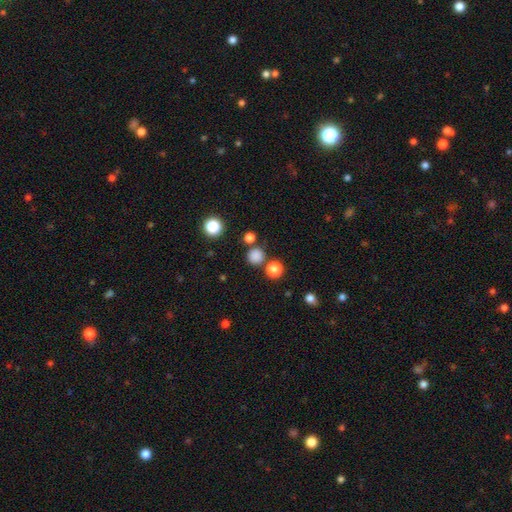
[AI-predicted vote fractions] smooth_or_featured: smooth (p=0.81) [alt: star or artifact p=0.15]
how_rounded: round (p=0.93) [alt: in between p=0.06]
merging: none (p=0.79) [alt: merger p=0.10]